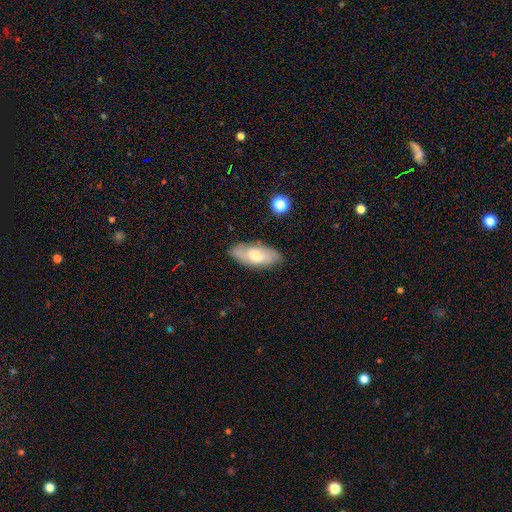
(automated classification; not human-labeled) The model was most divided on "smooth or featured": smooth: 55%, featured or disk: 38%, star or artifact: 7%. More confident: how rounded — in between (84%); merging — none (81%).